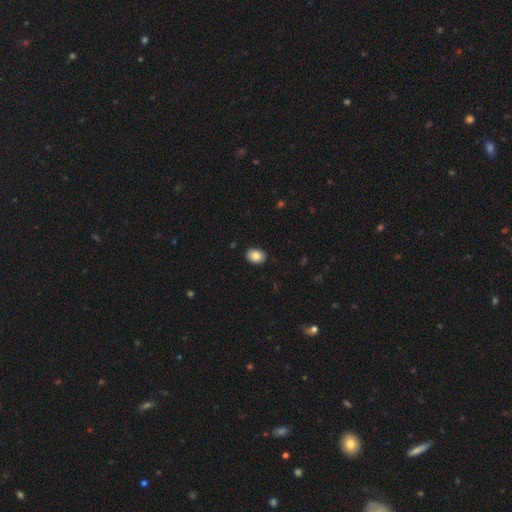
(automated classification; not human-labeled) Smooth or featured? smooth (85%)
How rounded? in between (66%)
Merging? none (89%)